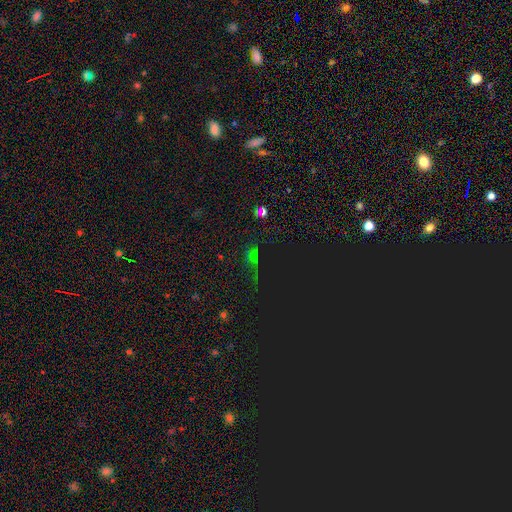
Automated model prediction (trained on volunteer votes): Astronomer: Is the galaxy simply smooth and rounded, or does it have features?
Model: star or artifact — 69%.